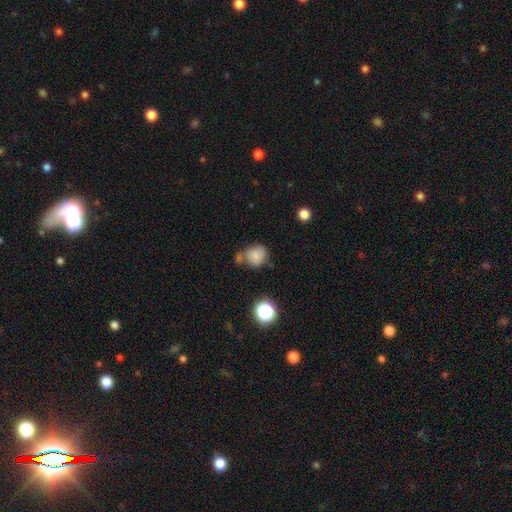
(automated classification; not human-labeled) Smooth or featured? Predicted: smooth (p=0.76). How rounded? Predicted: round (p=0.75). Merging? Predicted: none (p=0.51).